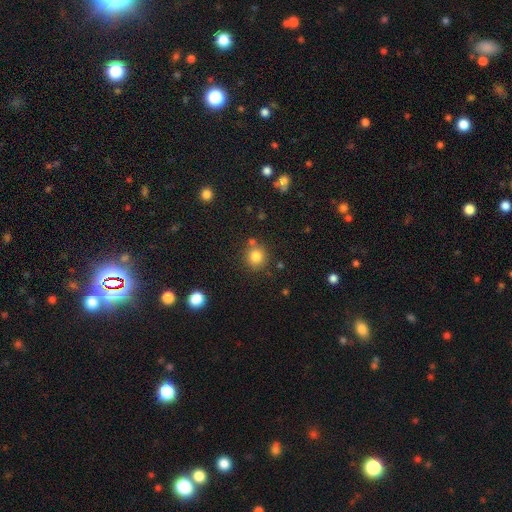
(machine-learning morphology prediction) Smooth or featured?
  - smooth: 82% *
  - star or artifact: 12%
  - featured or disk: 6%
How rounded?
  - round: 90% *
  - in between: 9%
  - cigar-shaped: 1%
Merging?
  - none: 79% *
  - minor disturbance: 9%
  - merger: 8%
  - major disturbance: 3%